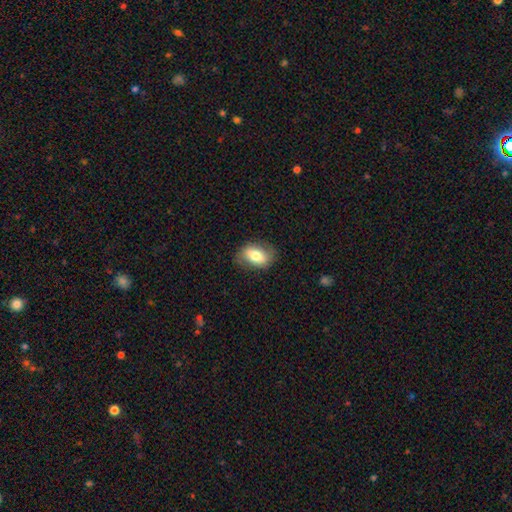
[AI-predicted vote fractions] This appears to be a smooth galaxy with no disk features (67%) that is in between round and cigar-shaped (85%). Merging: none (79%).